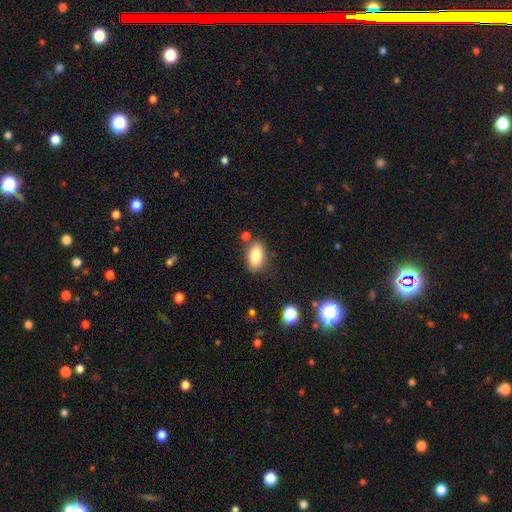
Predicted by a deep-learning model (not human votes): The model was most divided on "merging": none: 80%, minor disturbance: 12%, merger: 5%, major disturbance: 3%. More confident: how rounded — in between (89%); smooth or featured — smooth (82%).